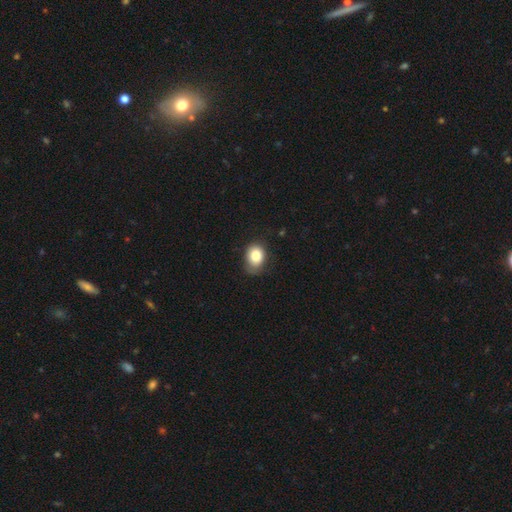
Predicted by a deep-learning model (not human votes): Smooth or featured?
  - smooth: 81% *
  - featured or disk: 10%
  - star or artifact: 9%
How rounded?
  - in between: 54% *
  - round: 45%
  - cigar-shaped: 1%
Merging?
  - none: 63% *
  - minor disturbance: 29%
  - major disturbance: 7%
  - merger: 1%